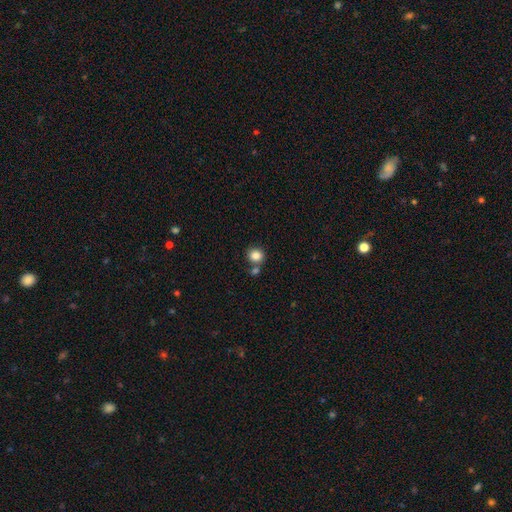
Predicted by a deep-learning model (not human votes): Smooth or featured? smooth (84%)
How rounded? round (83%)
Merging? none (67%)